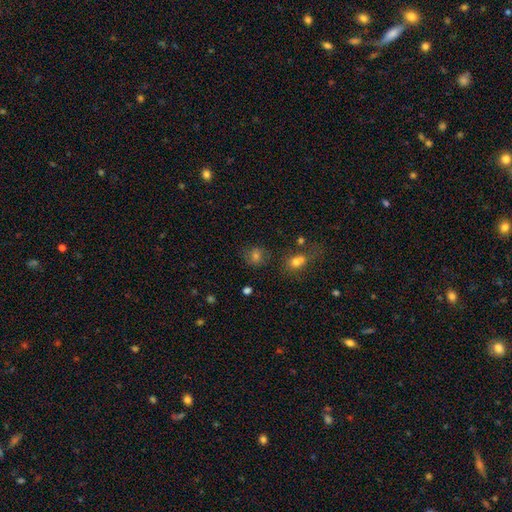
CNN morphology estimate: A smooth galaxy with no disk features (63%) that is round (77%). Merging: none (72%).